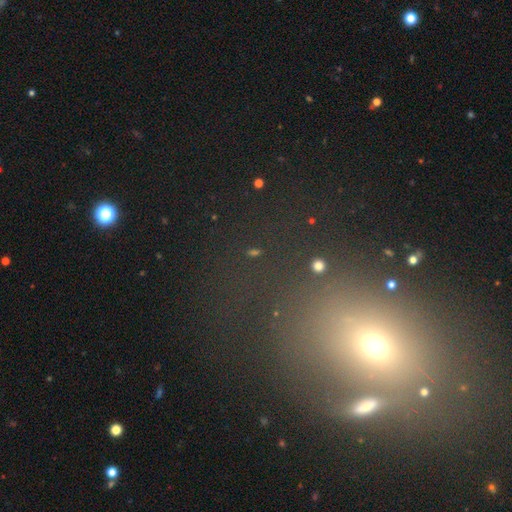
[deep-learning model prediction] The model was most divided on "smooth or featured": smooth: 46%, star or artifact: 40%, featured or disk: 15%. More confident: merging — none (64%).